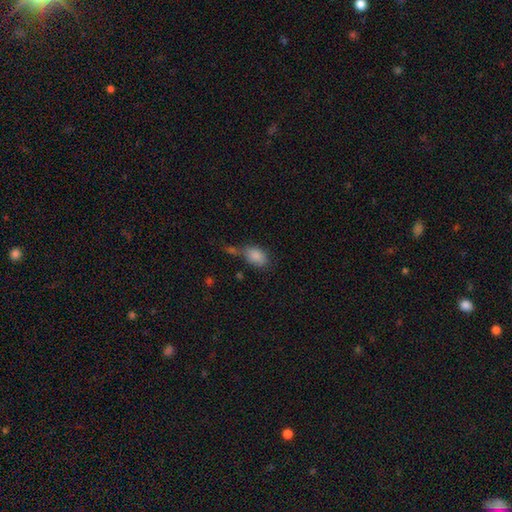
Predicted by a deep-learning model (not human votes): This appears to be a smooth galaxy with no disk features (86%) that is in between round and cigar-shaped (89%). Merging: none (48%).